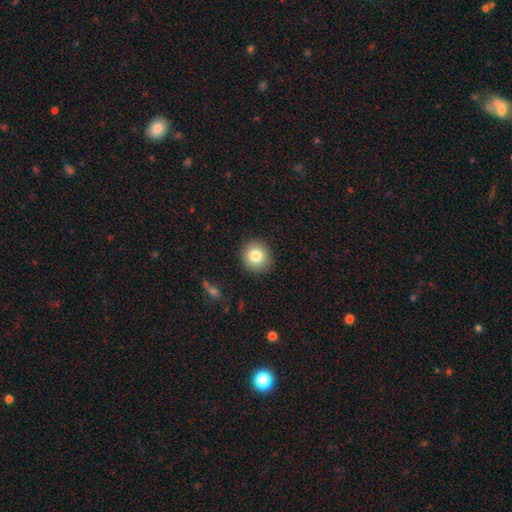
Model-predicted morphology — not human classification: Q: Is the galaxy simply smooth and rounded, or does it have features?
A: smooth — 82%.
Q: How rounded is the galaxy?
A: round — 87%.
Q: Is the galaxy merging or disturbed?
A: none — 90%.